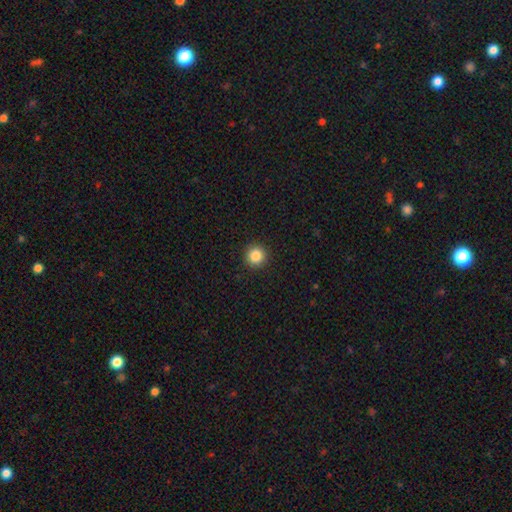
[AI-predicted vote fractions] Smooth or featured? Predicted: smooth (p=0.85). How rounded? Predicted: round (p=0.95). Merging? Predicted: none (p=0.93).